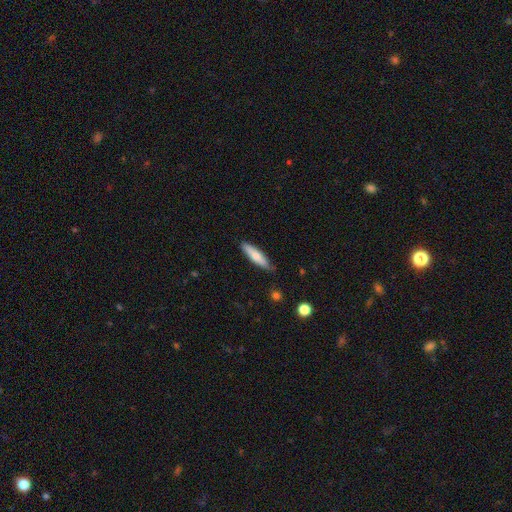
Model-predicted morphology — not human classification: A smooth galaxy with no disk features (74%) that is cigar-shaped (76%). Merging: none (84%).